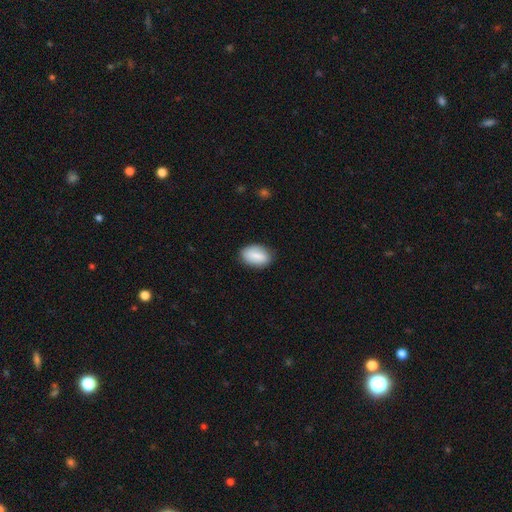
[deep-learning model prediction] smooth 83%, featured or disk 10%, star or artifact 6%. Down the decision tree: how rounded — in between (92%); merging — none (84%).